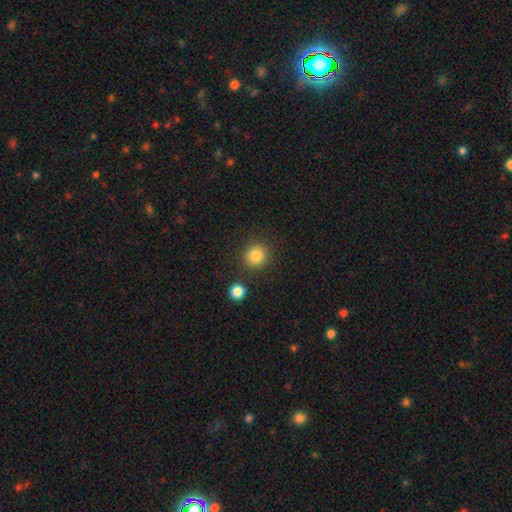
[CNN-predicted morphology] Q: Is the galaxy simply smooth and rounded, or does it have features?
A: smooth — 84%.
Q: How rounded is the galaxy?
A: round — 89%.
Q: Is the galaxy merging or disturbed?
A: none — 85%.